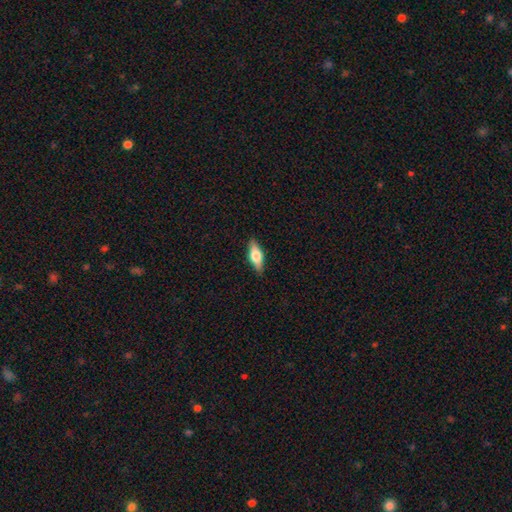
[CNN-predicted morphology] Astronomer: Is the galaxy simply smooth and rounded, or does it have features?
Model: smooth — 49% (runner-up: featured or disk, 44%).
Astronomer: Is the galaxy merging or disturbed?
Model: none — 88%.